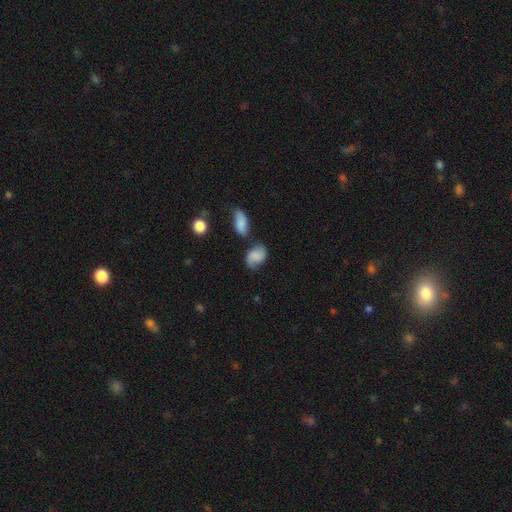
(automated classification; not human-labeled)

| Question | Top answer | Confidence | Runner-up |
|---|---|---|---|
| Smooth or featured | smooth | 52% | featured or disk (39%) |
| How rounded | in between | 77% | round (21%) |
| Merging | none | 55% | minor disturbance (22%) |